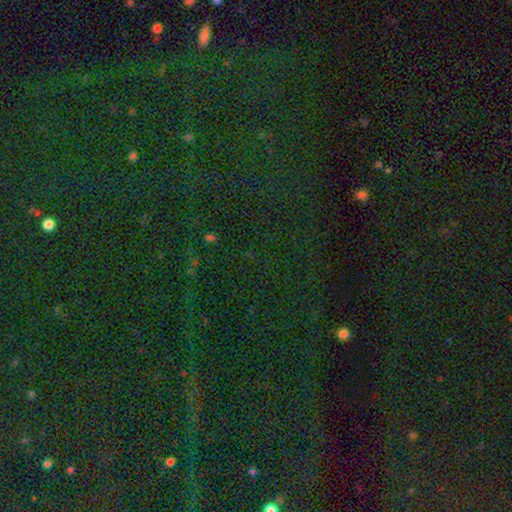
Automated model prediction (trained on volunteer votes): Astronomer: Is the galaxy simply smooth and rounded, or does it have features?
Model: star or artifact — 82%.